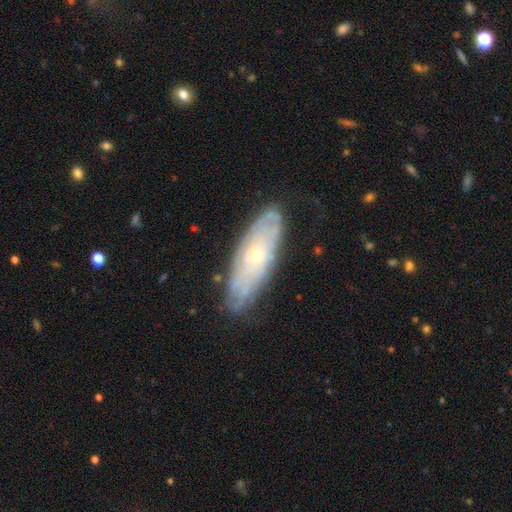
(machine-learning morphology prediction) Smooth or featured?
  - featured or disk: 69% *
  - smooth: 25%
  - star or artifact: 7%
Edge-on disk?
  - no: 79% *
  - yes: 21%
Bar?
  - no: 84% *
  - weak: 13%
  - strong: 3%
Spiral arms?
  - yes: 70% *
  - no: 30%
Bulge size?
  - small: 72% *
  - moderate: 24%
  - large: 1%
  - none: 1%
  - dominant: 1%
Merging?
  - none: 77% *
  - minor disturbance: 17%
  - major disturbance: 4%
  - merger: 2%